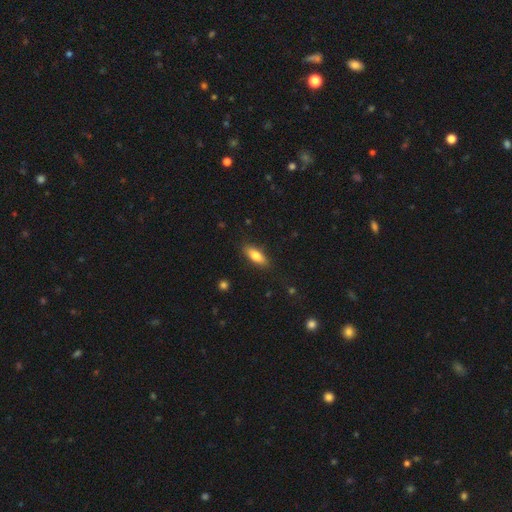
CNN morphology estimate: smooth_or_featured: smooth (p=0.78) [alt: featured or disk p=0.16]
how_rounded: in between (p=0.69) [alt: cigar-shaped p=0.29]
merging: none (p=0.86) [alt: minor disturbance p=0.10]